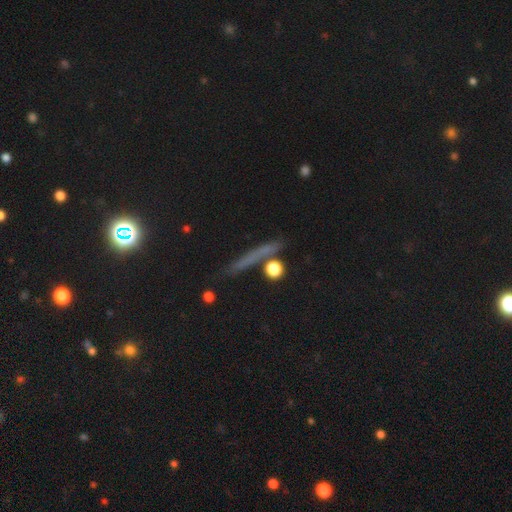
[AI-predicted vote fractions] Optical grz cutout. It shows a smooth galaxy with no disk features (43%). Merging: none (79%).